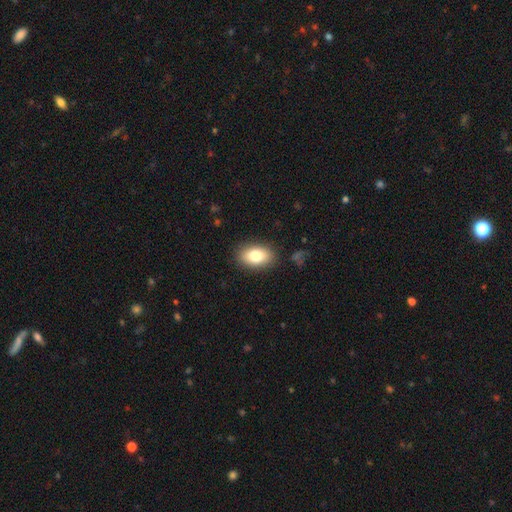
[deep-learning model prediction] Smooth or featured?
  - smooth: 80% *
  - featured or disk: 12%
  - star or artifact: 7%
How rounded?
  - in between: 90% *
  - round: 8%
  - cigar-shaped: 2%
Merging?
  - none: 86% *
  - minor disturbance: 10%
  - major disturbance: 3%
  - merger: 1%